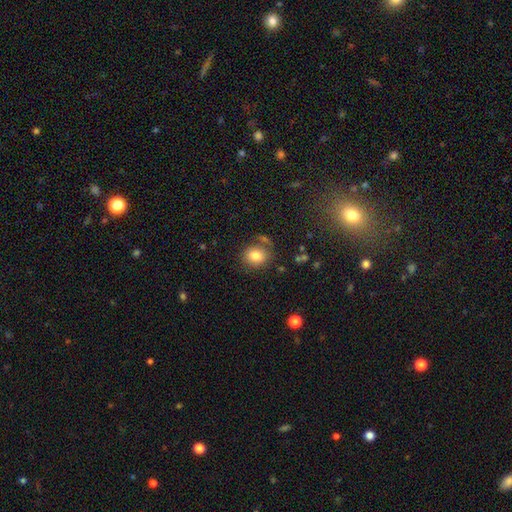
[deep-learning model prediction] smooth_or_featured: smooth (p=0.81) [alt: star or artifact p=0.10]
how_rounded: round (p=0.63) [alt: in between p=0.36]
merging: none (p=0.70) [alt: minor disturbance p=0.14]